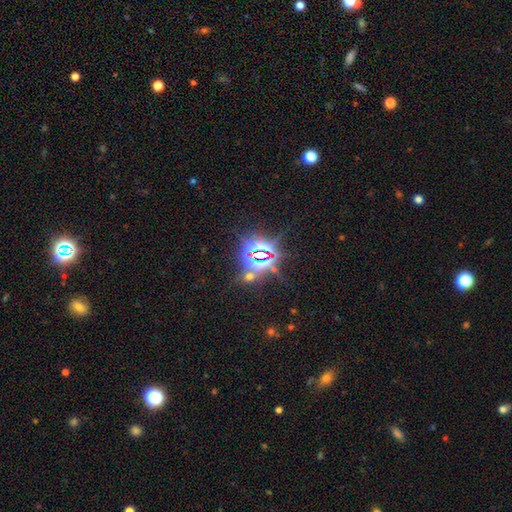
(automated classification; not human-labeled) Overall: star or artifact (81%).